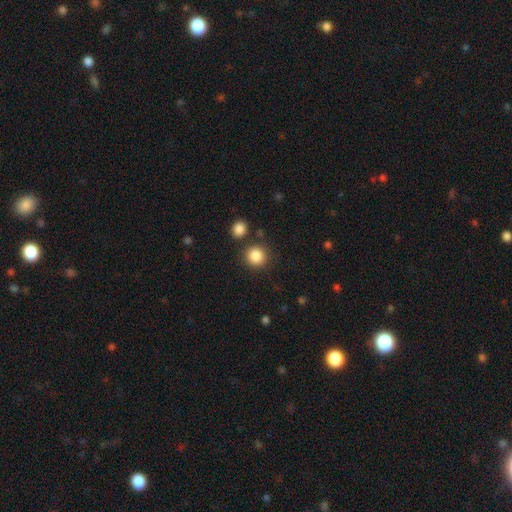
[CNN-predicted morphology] type=smooth (87%); roundness=round (90%); merging=none (83%).